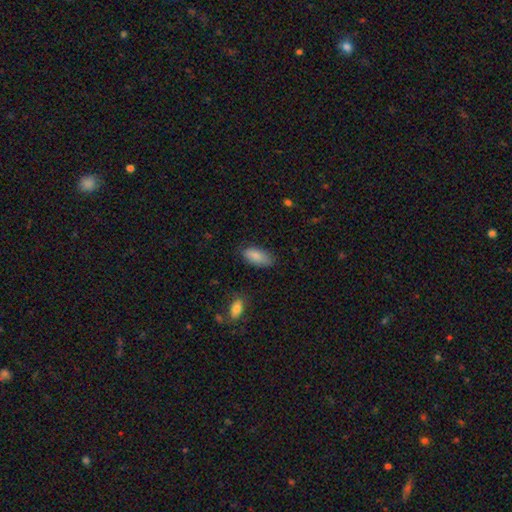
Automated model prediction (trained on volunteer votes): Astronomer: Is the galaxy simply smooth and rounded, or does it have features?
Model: smooth — 87%.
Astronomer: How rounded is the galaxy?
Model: in between — 90%.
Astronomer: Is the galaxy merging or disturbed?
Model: none — 73%.